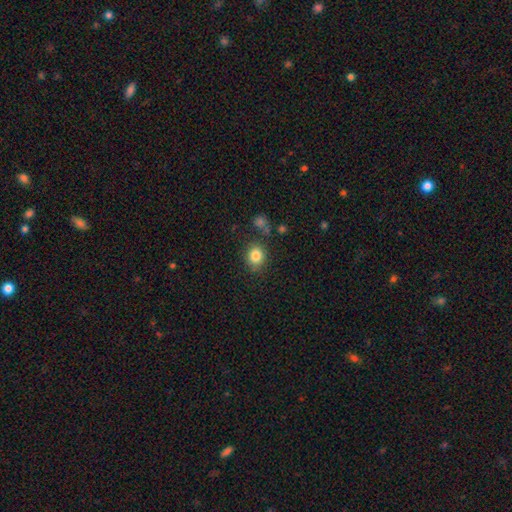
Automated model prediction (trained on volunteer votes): Overall: smooth (84%). How rounded: round (73%). Merging: none (79%).